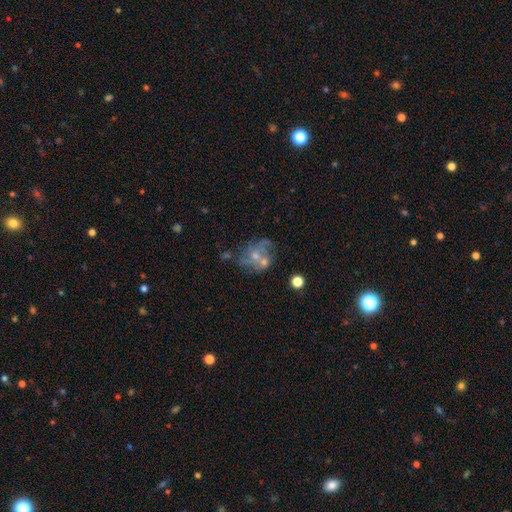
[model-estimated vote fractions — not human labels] Smooth or featured? Predicted: featured or disk (p=0.61). Edge-on disk? Predicted: no (p=0.97). Bar? Predicted: no (p=0.77). Spiral arms? Predicted: yes (p=0.64). Bulge size? Predicted: small (p=0.47). Merging? Predicted: none (p=0.52).